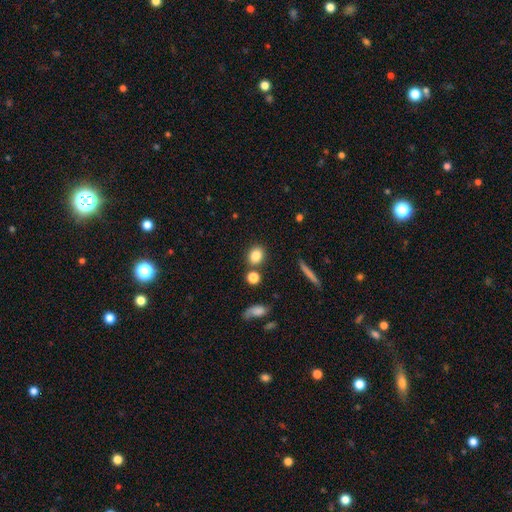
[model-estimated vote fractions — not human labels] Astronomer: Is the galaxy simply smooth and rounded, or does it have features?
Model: smooth — 82%.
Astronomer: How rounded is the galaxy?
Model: round — 56% (runner-up: in between, 42%).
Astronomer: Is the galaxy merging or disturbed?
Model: none — 77%.